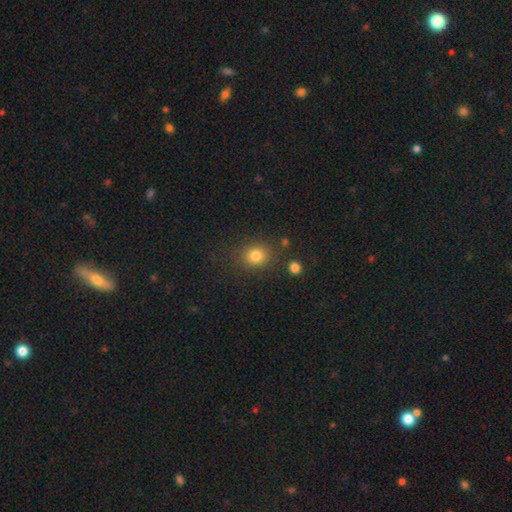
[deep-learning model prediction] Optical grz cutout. It shows a smooth galaxy with no disk features (82%) that is round (75%). Merging: none (82%).